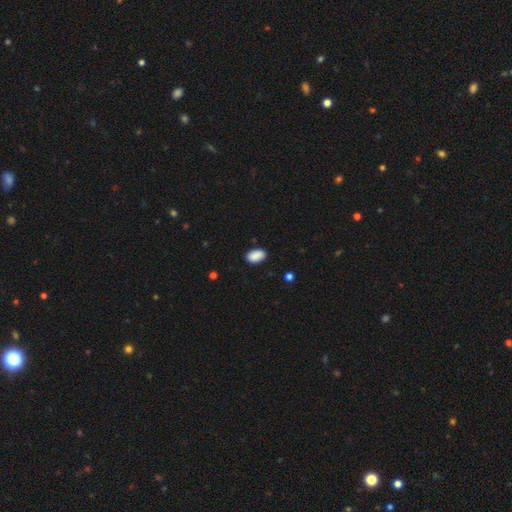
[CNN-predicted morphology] This is clearly a smooth galaxy (90%). How rounded: clearly in between (93%). Merging: clearly none (86%).